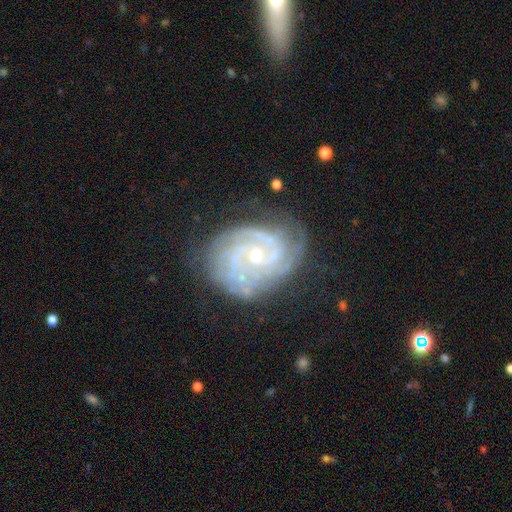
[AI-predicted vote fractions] This is clearly a featured or disk galaxy (87%). It is clearly not viewed edge-on (98%). Bar: likely no (68%). Spiral arm pattern: clearly yes (96%). Spiral arm count: marginally can't tell (26%). Spiral winding: likely tight (67%). Central bulge: likely small (65%). Merging: likely none (68%).